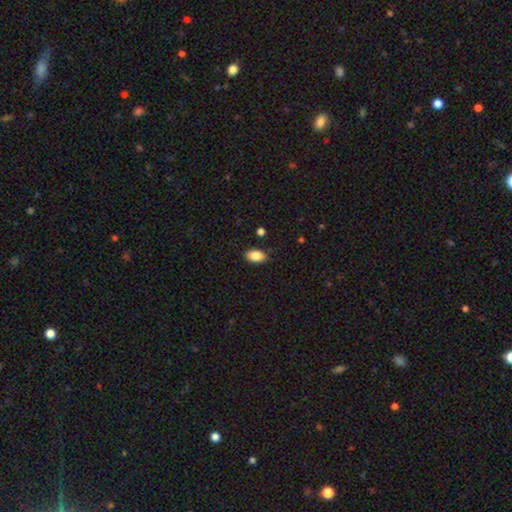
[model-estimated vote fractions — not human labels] Overall: smooth (88%). How rounded: in between (91%). Merging: none (85%).